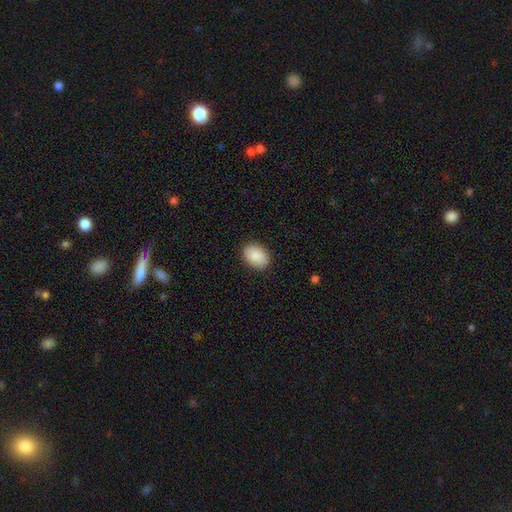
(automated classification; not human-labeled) A smooth galaxy with no disk features (88%) that is in between round and cigar-shaped (77%). Merging: none (89%).